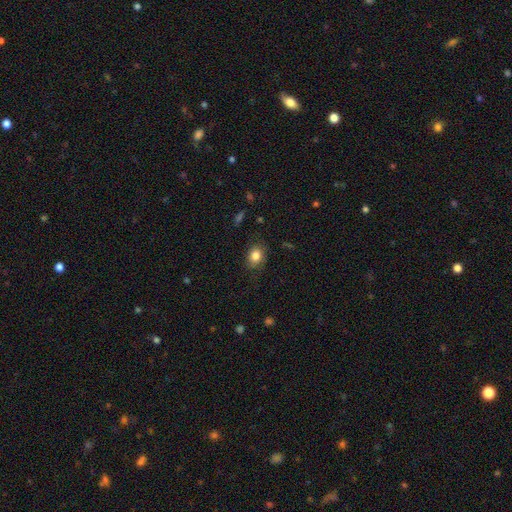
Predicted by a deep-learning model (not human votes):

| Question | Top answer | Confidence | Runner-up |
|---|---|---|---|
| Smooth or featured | smooth | 81% | star or artifact (9%) |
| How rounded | in between | 60% | round (39%) |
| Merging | none | 76% | minor disturbance (18%) |